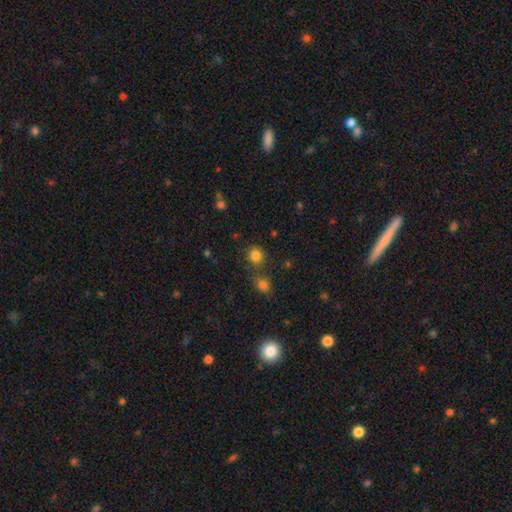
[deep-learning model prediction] This appears to be a smooth galaxy with no disk features (81%) that is round (85%). Merging: none (70%).